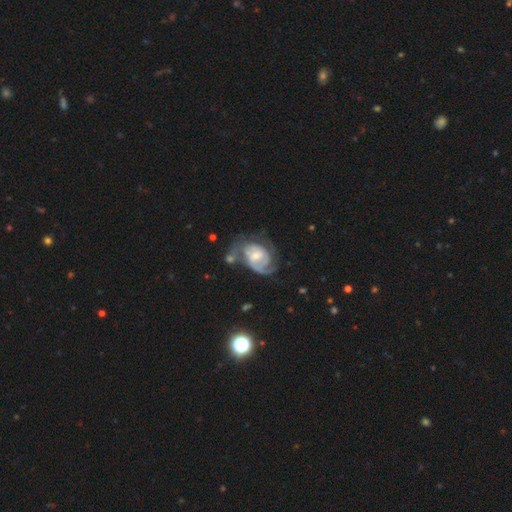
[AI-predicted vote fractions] Smooth or featured? Predicted: featured or disk (p=0.82). Edge-on disk? Predicted: no (p=0.97). Bar? Predicted: no (p=0.48). Spiral arms? Predicted: yes (p=0.92). Spiral winding? Predicted: tight (p=0.47). Spiral arm count? Predicted: 2 (p=0.40). Bulge size? Predicted: small (p=0.52). Merging? Predicted: none (p=0.39).